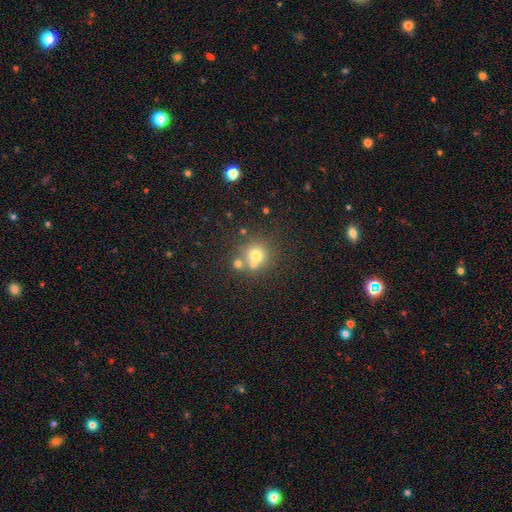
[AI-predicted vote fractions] Smooth or featured?
  - smooth: 70% *
  - star or artifact: 16%
  - featured or disk: 14%
How rounded?
  - round: 90% *
  - in between: 9%
  - cigar-shaped: 1%
Merging?
  - none: 59% *
  - merger: 29%
  - minor disturbance: 8%
  - major disturbance: 4%